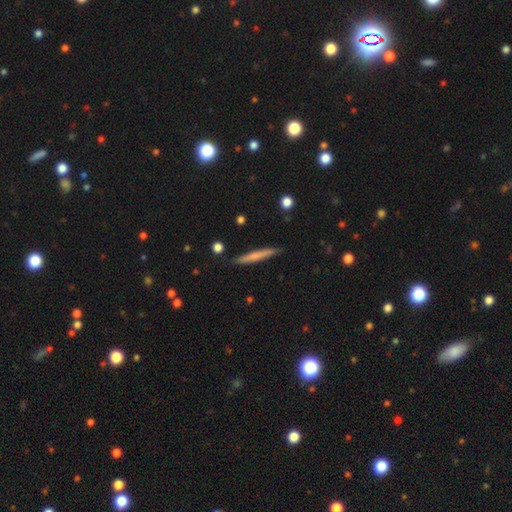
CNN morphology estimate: Smooth or featured?
  - smooth: 63% *
  - featured or disk: 31%
  - star or artifact: 6%
How rounded?
  - cigar-shaped: 95% *
  - in between: 3%
  - round: 1%
Merging?
  - none: 89% *
  - minor disturbance: 9%
  - major disturbance: 2%
  - merger: 1%